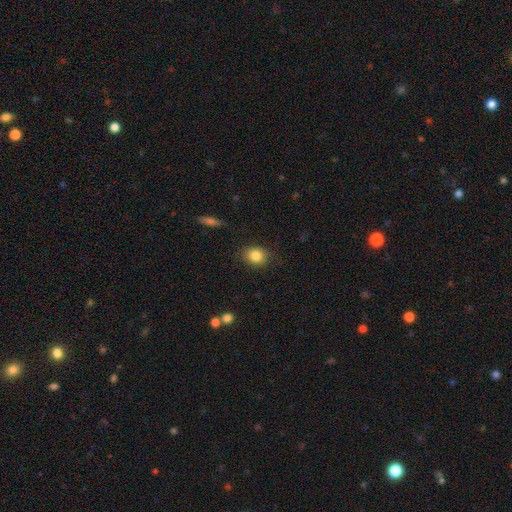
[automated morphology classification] Smooth or featured? Predicted: smooth (p=0.84). How rounded? Predicted: round (p=0.62). Merging? Predicted: none (p=0.84).